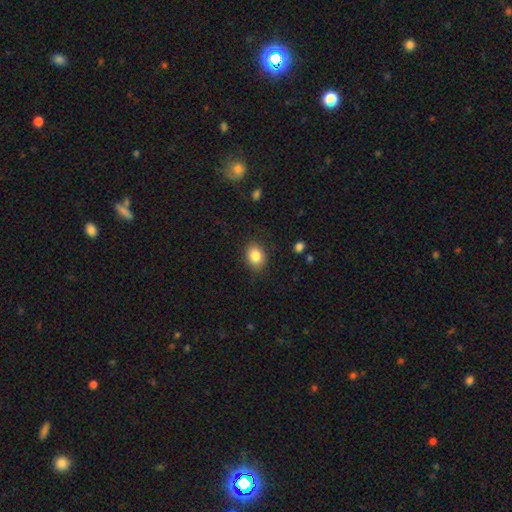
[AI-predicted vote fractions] Smooth or featured? smooth (84%)
How rounded? in between (53%)
Merging? none (84%)